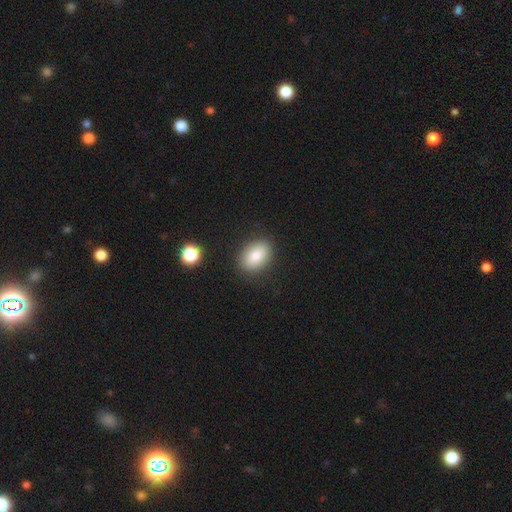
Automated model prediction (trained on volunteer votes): Smooth or featured? Predicted: smooth (p=0.82). How rounded? Predicted: in between (p=0.81). Merging? Predicted: none (p=0.86).